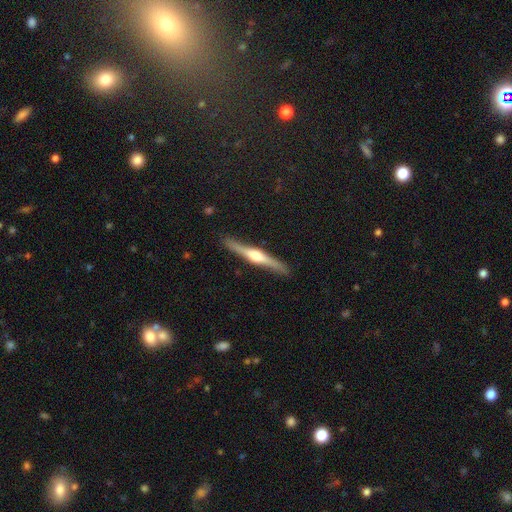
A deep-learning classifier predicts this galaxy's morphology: This is likely a featured or disk galaxy (76%). It is clearly viewed edge-on (98%). Edge-on bulge: clearly rounded (89%). Merging: clearly none (89%).